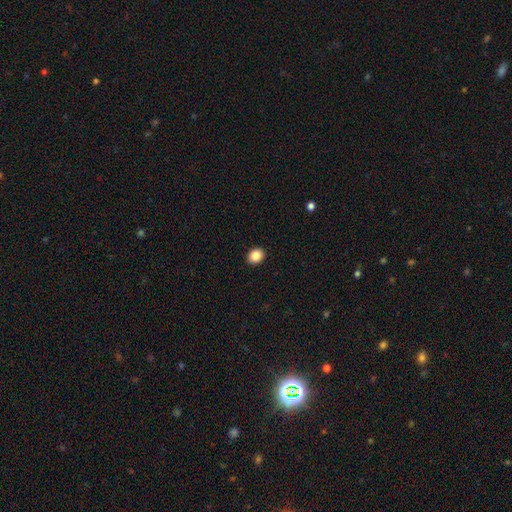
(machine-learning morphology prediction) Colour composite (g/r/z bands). It shows a smooth galaxy with no disk features (87%) that is round (53%). Merging: none (91%).